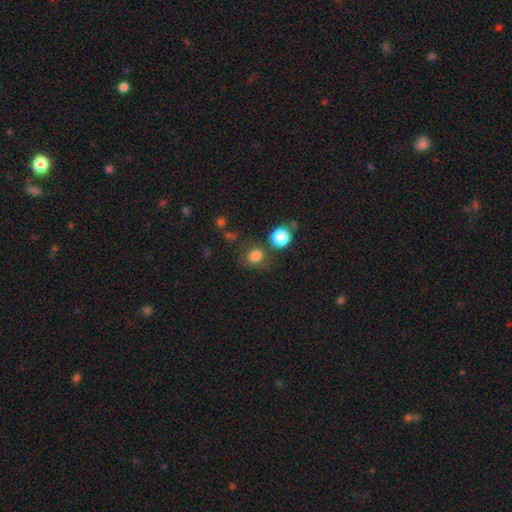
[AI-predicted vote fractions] Overall: smooth (80%). How rounded: round (64%; in between 35%). Merging: none (65%).